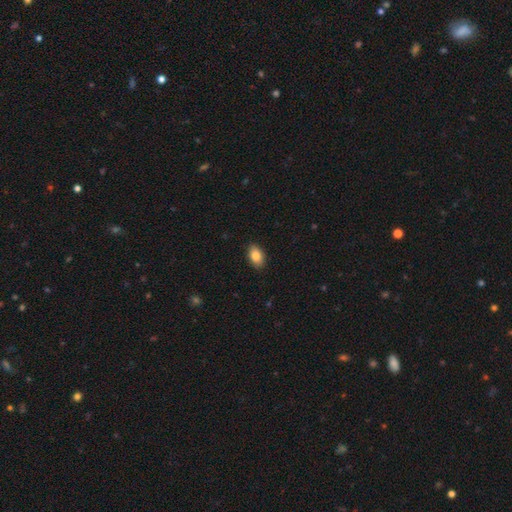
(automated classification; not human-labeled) smooth 85%, featured or disk 8%, star or artifact 7%. Down the decision tree: how rounded — in between (91%); merging — none (88%).